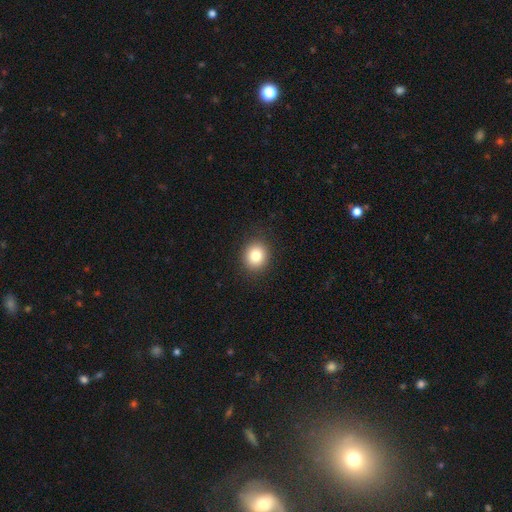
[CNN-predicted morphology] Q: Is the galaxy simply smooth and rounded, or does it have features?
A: smooth — 82%.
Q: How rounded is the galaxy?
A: round — 78%.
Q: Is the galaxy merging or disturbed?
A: none — 90%.